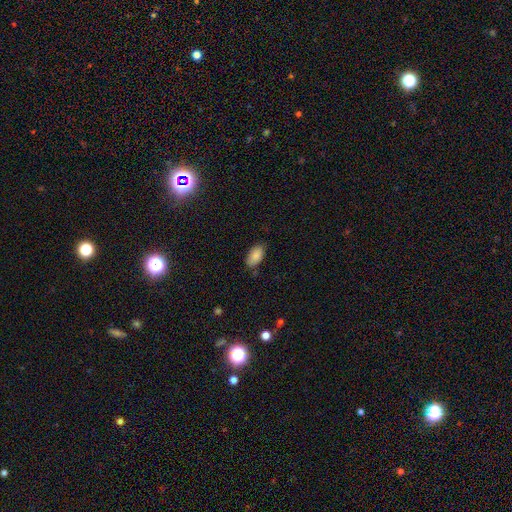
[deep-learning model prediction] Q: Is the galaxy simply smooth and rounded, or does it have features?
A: smooth — 87%.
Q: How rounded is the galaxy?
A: in between — 94%.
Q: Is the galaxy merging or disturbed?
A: none — 79%.